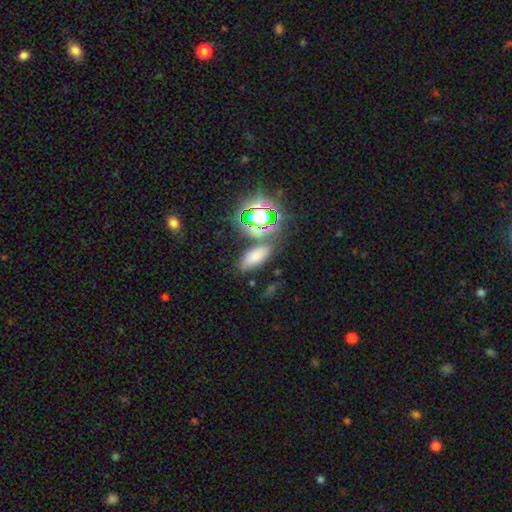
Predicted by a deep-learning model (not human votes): Q: Smooth or featured?
A: smooth (65%); runner-up: star or artifact (25%)
Q: How rounded?
A: in between (82%); runner-up: cigar-shaped (10%)
Q: Merging?
A: none (74%); runner-up: minor disturbance (12%)